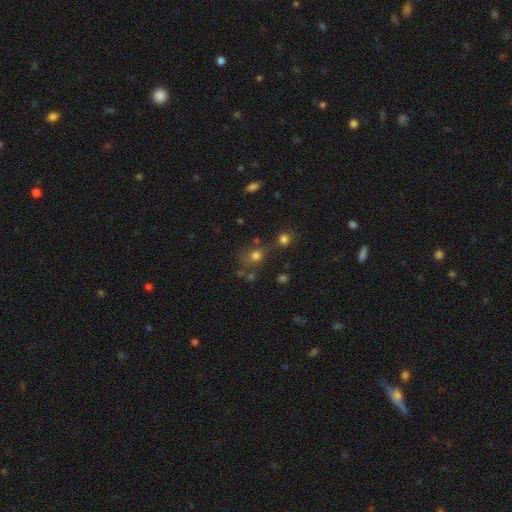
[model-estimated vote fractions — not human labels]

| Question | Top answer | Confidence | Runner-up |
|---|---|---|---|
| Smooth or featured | smooth | 72% | star or artifact (18%) |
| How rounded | round | 66% | in between (32%) |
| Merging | none | 51% | merger (24%) |